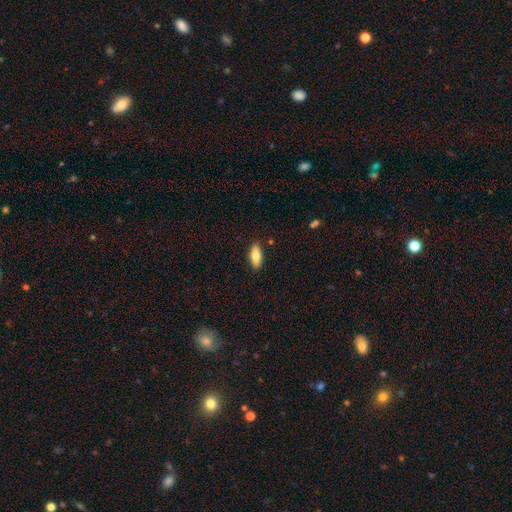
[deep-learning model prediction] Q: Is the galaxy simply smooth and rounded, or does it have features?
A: smooth — 78%.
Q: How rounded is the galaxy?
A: in between — 75%.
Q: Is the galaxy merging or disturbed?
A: none — 88%.